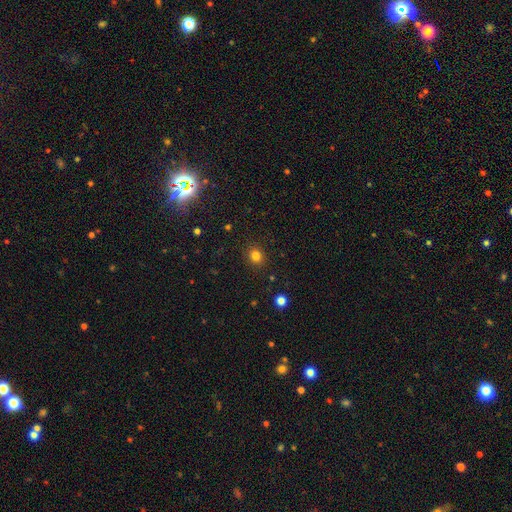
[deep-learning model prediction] This is clearly a smooth galaxy (81%). How rounded: likely round (75%). Merging: clearly none (89%).